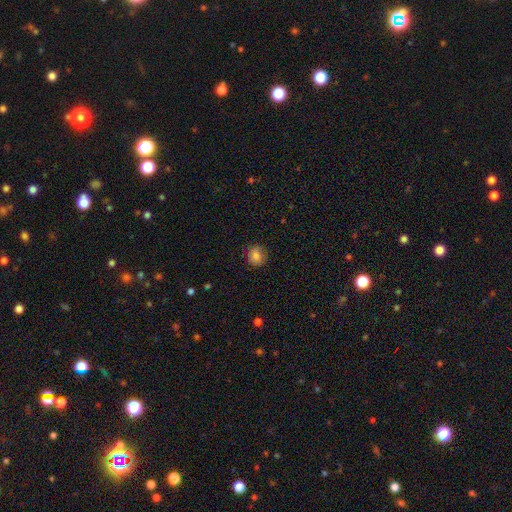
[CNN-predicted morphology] Smooth or featured?
  - smooth: 80% *
  - star or artifact: 10%
  - featured or disk: 9%
How rounded?
  - round: 79% *
  - in between: 20%
  - cigar-shaped: 1%
Merging?
  - none: 83% *
  - minor disturbance: 13%
  - major disturbance: 3%
  - merger: 1%